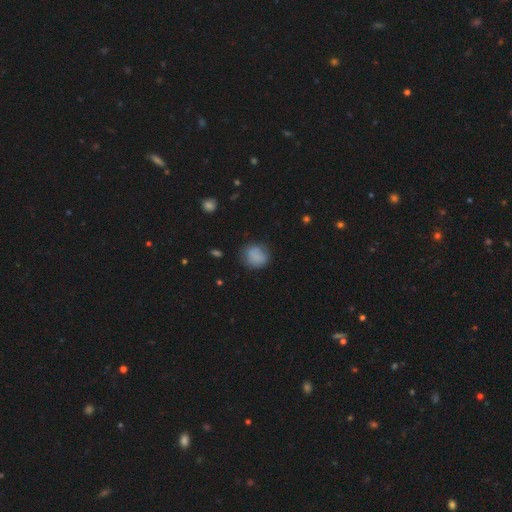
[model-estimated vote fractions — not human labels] Overall: smooth (82%). How rounded: round (74%). Merging: none (70%).